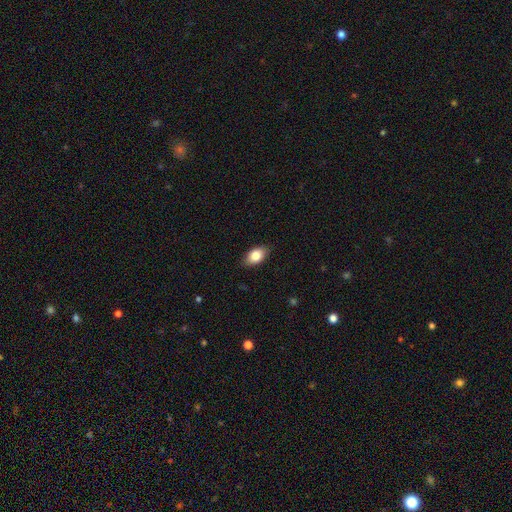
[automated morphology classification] This is clearly a smooth galaxy (83%). How rounded: clearly in between (90%). Merging: clearly none (86%).